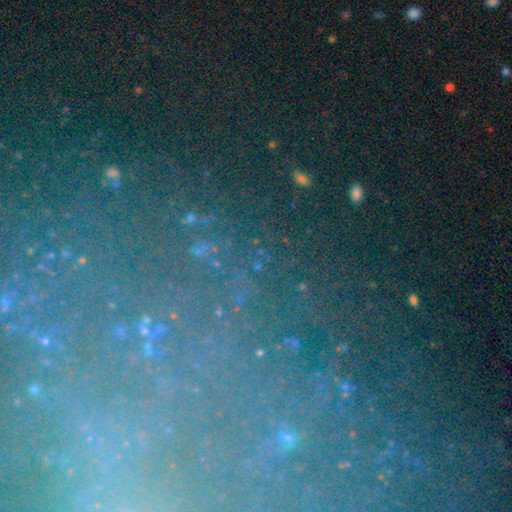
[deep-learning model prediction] Q: Smooth or featured?
A: star or artifact (67%); runner-up: featured or disk (18%)